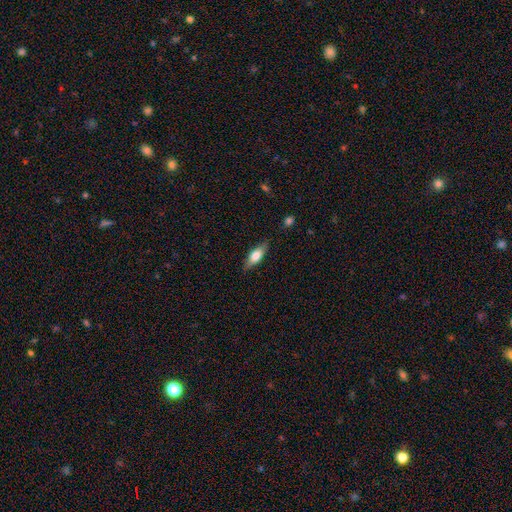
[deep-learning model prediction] smooth_or_featured: smooth (p=0.65) [alt: featured or disk p=0.29]
how_rounded: in between (p=0.62) [alt: cigar-shaped p=0.35]
merging: none (p=0.81) [alt: minor disturbance p=0.14]